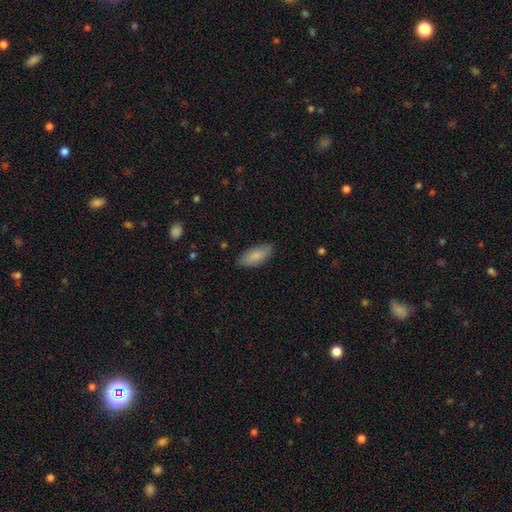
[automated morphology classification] Smooth or featured: smooth — 83% (featured or disk — 11%)
How rounded: in between — 86% (cigar-shaped — 12%)
Merging: none — 82% (minor disturbance — 15%)